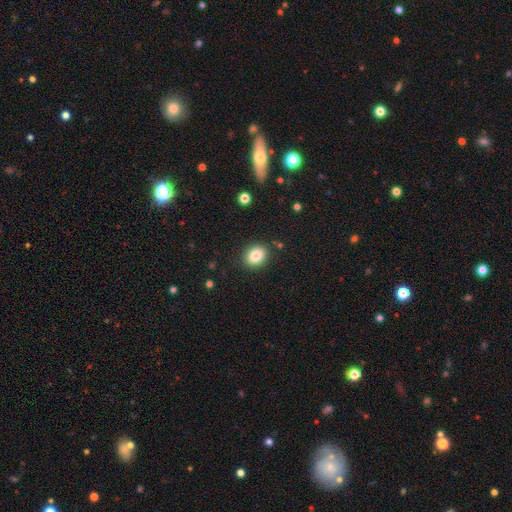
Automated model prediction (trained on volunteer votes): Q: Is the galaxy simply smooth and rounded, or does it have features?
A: smooth — 84%.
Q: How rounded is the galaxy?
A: in between — 50%.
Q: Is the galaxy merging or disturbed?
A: none — 88%.